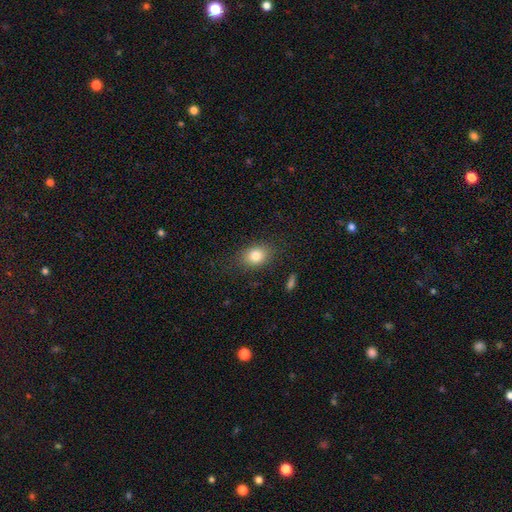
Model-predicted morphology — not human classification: Smooth or featured? smooth (81%)
How rounded? in between (61%)
Merging? none (83%)